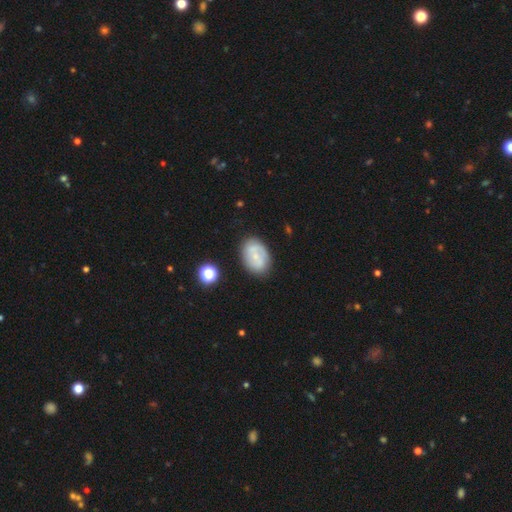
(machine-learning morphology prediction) smooth_or_featured: featured or disk (p=0.49) [alt: smooth p=0.43]
merging: none (p=0.75) [alt: minor disturbance p=0.16]